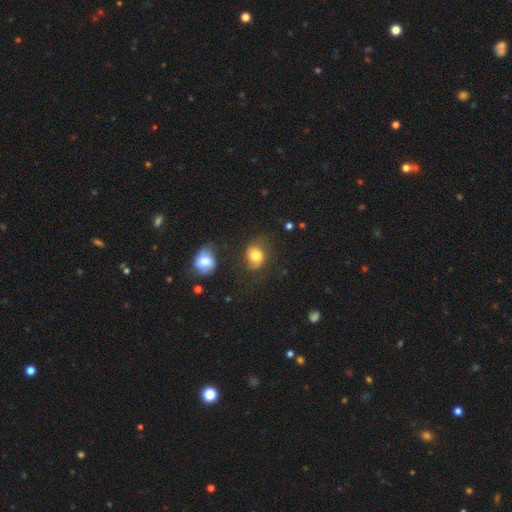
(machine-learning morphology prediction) Smooth or featured: smooth — 74% (featured or disk — 16%)
How rounded: round — 51% (in between — 48%)
Merging: none — 58% (minor disturbance — 24%)